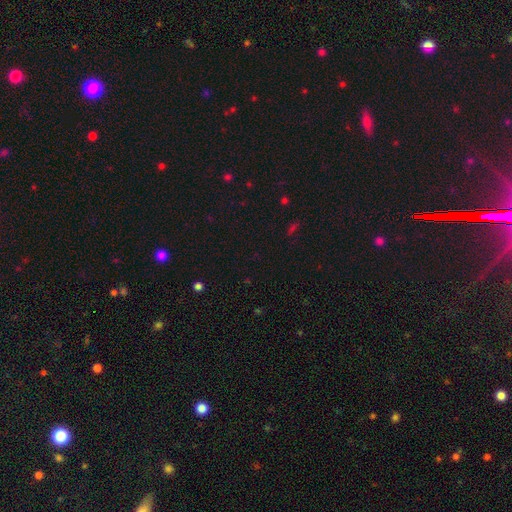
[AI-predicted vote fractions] Smooth or featured? star or artifact (68%)